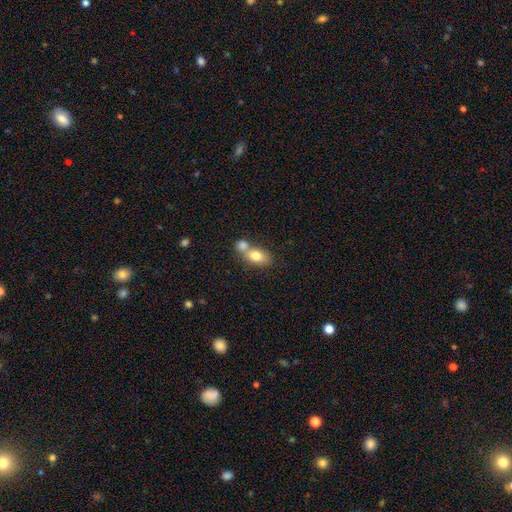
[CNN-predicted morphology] This is likely a smooth galaxy (78%). How rounded: likely in between (78%). Merging: possibly merger (58%).